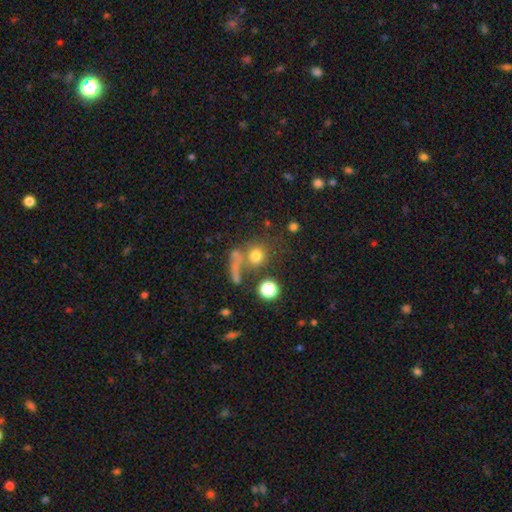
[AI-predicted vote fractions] Overall: smooth (70%). How rounded: round (82%). Merging: none (49%; merger 27%).